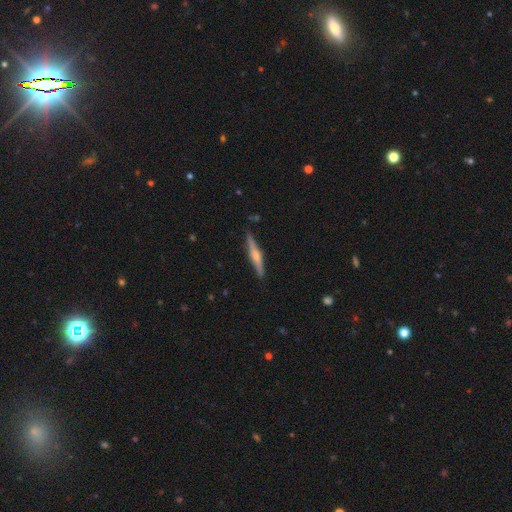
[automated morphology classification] Q: Smooth or featured?
A: featured or disk (65%); runner-up: smooth (29%)
Q: Edge-on disk?
A: yes (98%); runner-up: no (2%)
Q: Edge-on bulge?
A: rounded (86%); runner-up: boxy (8%)
Q: Merging?
A: none (89%); runner-up: minor disturbance (8%)